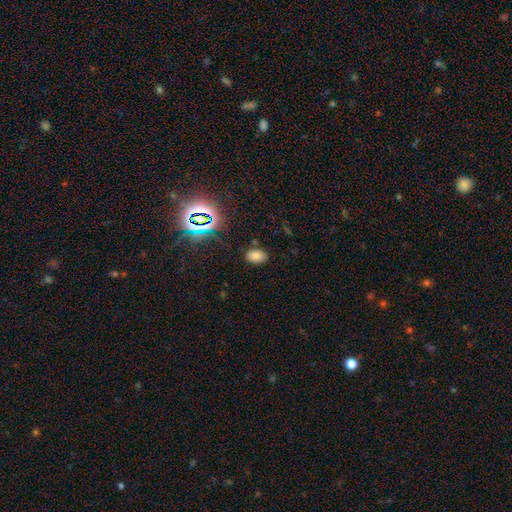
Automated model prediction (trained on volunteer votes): This appears to be a smooth galaxy with no disk features (73%) that is in between round and cigar-shaped (87%). Merging: none (83%).